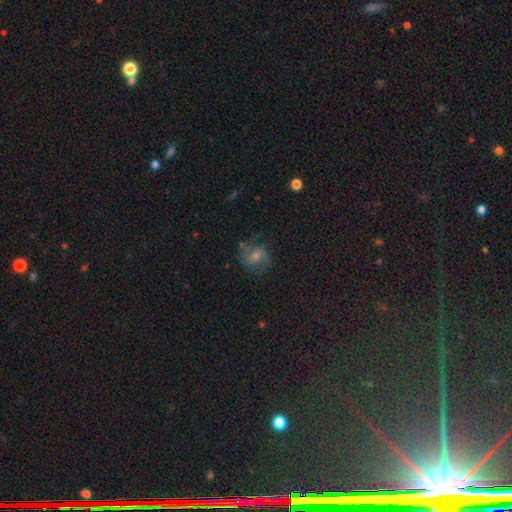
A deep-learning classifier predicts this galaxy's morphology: Smooth or featured? Predicted: featured or disk (p=0.57). Edge-on disk? Predicted: no (p=0.97). Bar? Predicted: weak (p=0.47). Spiral arms? Predicted: yes (p=0.90). Bulge size? Predicted: small (p=0.45). Merging? Predicted: none (p=0.70).